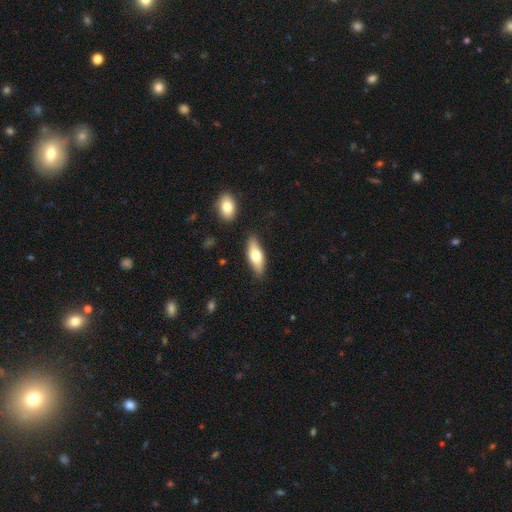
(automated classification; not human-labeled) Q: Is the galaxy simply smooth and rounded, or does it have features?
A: smooth — 68%.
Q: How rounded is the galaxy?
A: in between — 69%.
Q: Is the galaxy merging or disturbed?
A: none — 84%.